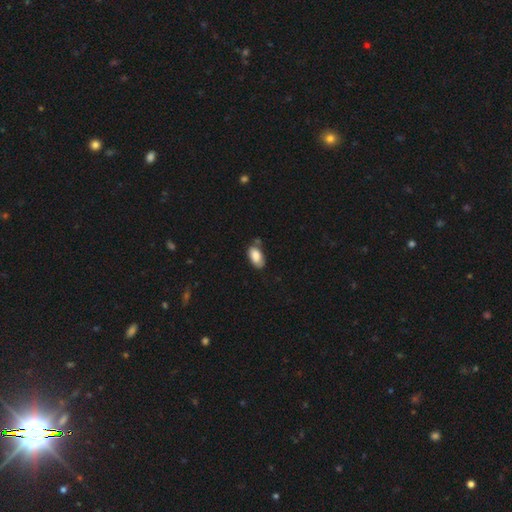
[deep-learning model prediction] A smooth galaxy with no disk features (85%) that is in between round and cigar-shaped (94%).

Vote fractions:
- Smooth or featured? smooth: 85% / featured or disk: 9% / star or artifact: 7%
- How rounded? in between: 94% / round: 3% / cigar-shaped: 3%
- Merging? none: 60% / minor disturbance: 26% / merger: 8% / major disturbance: 5%